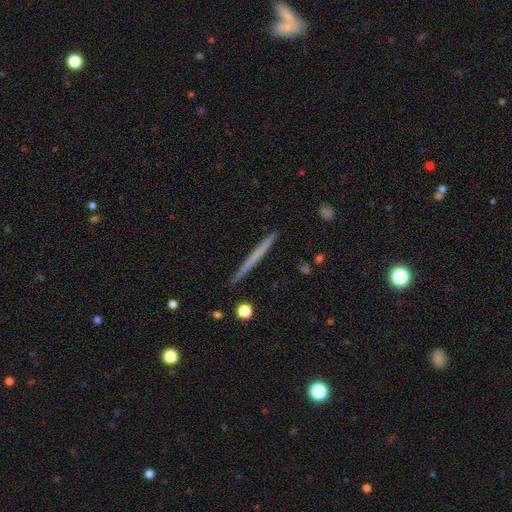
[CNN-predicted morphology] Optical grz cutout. It shows a smooth galaxy with no disk features (49%). Merging: none (91%).